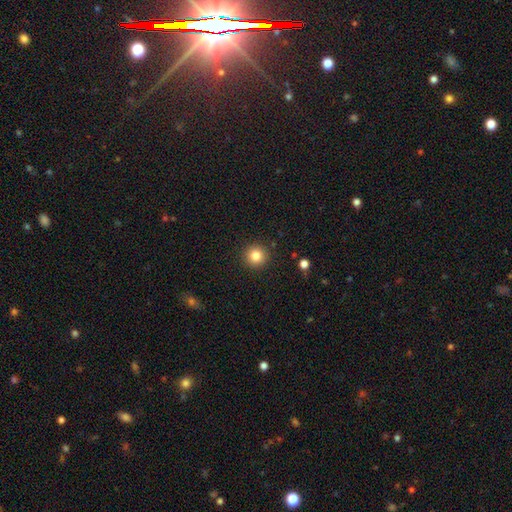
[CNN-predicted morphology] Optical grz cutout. It shows a smooth galaxy with no disk features (83%) that is round (95%). Merging: none (91%).